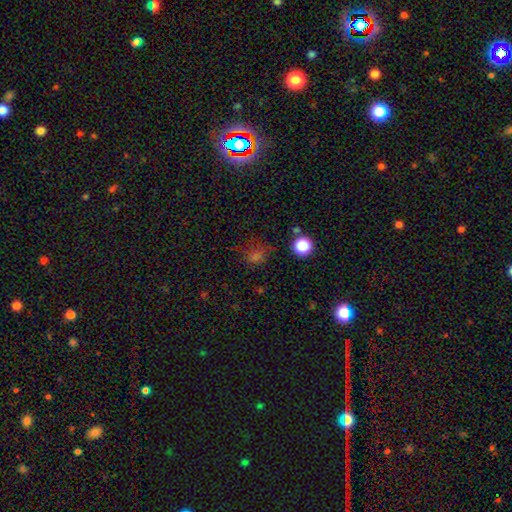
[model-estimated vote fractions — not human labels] The model was most divided on "smooth or featured": smooth: 55%, star or artifact: 37%, featured or disk: 8%. More confident: merging — none (69%); how rounded — round (67%).